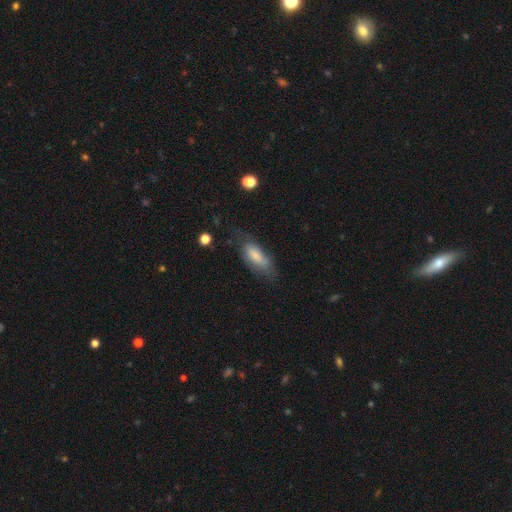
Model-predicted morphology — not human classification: Q: Smooth or featured?
A: smooth (67%); runner-up: featured or disk (25%)
Q: How rounded?
A: in between (79%); runner-up: cigar-shaped (19%)
Q: Merging?
A: none (48%); runner-up: minor disturbance (30%)